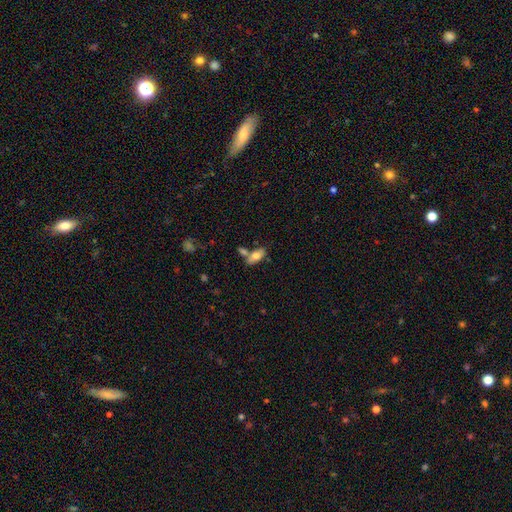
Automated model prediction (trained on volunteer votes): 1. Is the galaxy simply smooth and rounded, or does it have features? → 70% smooth, 23% featured or disk, 7% star or artifact.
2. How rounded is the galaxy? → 85% in between, 11% cigar-shaped, 4% round.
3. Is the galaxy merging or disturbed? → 50% none, 29% merger, 16% minor disturbance, 6% major disturbance.